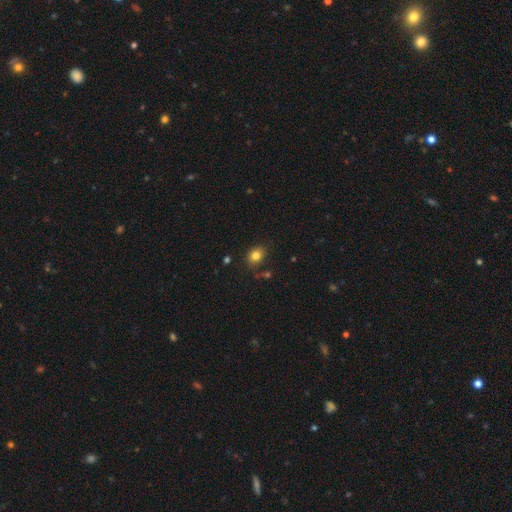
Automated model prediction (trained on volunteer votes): Morphology: type=smooth (81%); roundness=in between (57%); merging=none (81%).